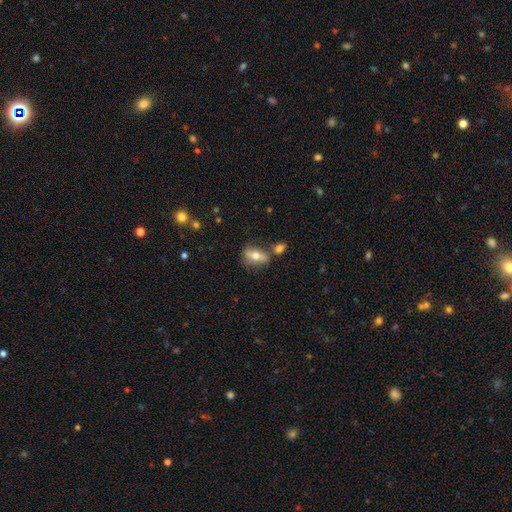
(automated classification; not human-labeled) Overall: smooth (58%; featured or disk 33%). How rounded: in between (77%). Merging: none (58%; merger 19%).